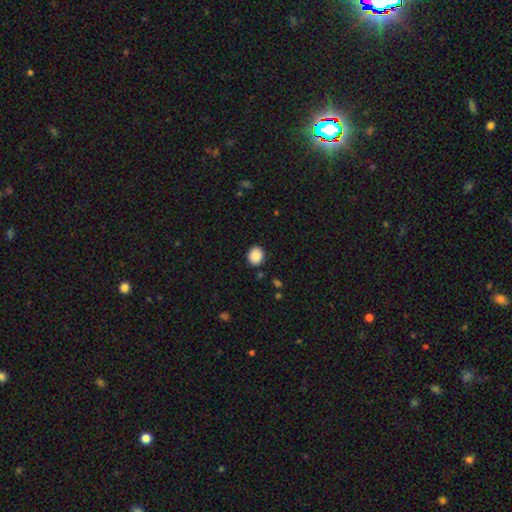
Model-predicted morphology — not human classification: Smooth or featured: smooth — 88% (star or artifact — 8%)
How rounded: round — 71% (in between — 28%)
Merging: none — 88% (minor disturbance — 8%)